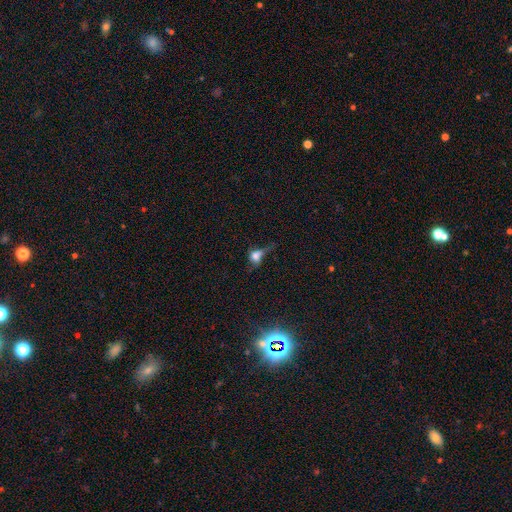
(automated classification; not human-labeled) Morphology: type=smooth (59%); roundness=in between (51%); merging=major disturbance (46%).